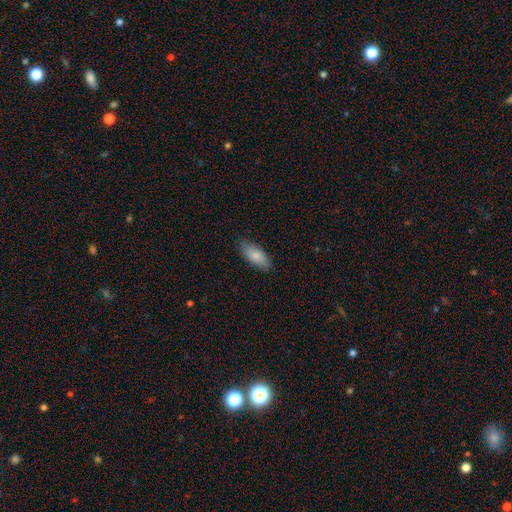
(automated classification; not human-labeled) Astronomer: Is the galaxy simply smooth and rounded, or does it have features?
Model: smooth — 84%.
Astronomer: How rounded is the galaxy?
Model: in between — 85%.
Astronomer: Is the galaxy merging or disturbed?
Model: none — 84%.